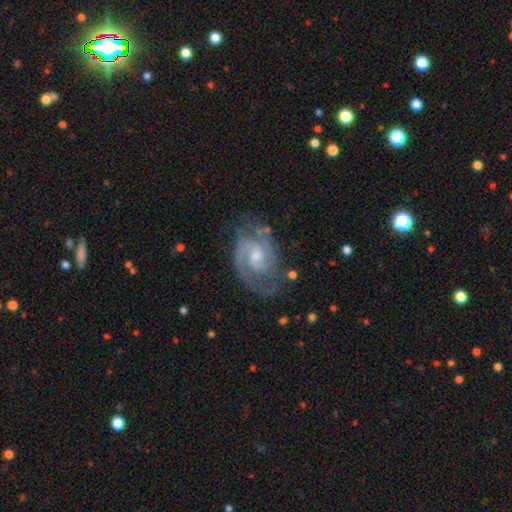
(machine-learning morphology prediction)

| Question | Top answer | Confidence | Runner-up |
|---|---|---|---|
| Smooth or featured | featured or disk | 88% | smooth (6%) |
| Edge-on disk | no | 97% | yes (3%) |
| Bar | weak | 49% | no (43%) |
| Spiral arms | yes | 97% | no (3%) |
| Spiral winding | medium | 49% | tight (41%) |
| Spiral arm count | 2 | 80% | can't tell (7%) |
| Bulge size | moderate | 47% | small (42%) |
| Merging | none | 70% | minor disturbance (20%) |